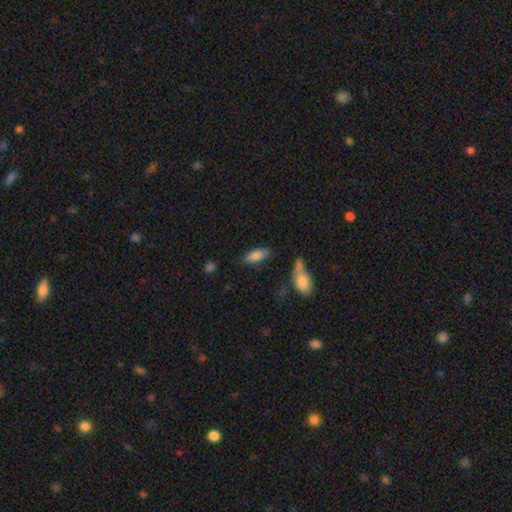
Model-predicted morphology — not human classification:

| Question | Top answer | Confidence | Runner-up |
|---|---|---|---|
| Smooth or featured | smooth | 79% | featured or disk (13%) |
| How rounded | in between | 66% | cigar-shaped (32%) |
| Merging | none | 74% | minor disturbance (16%) |